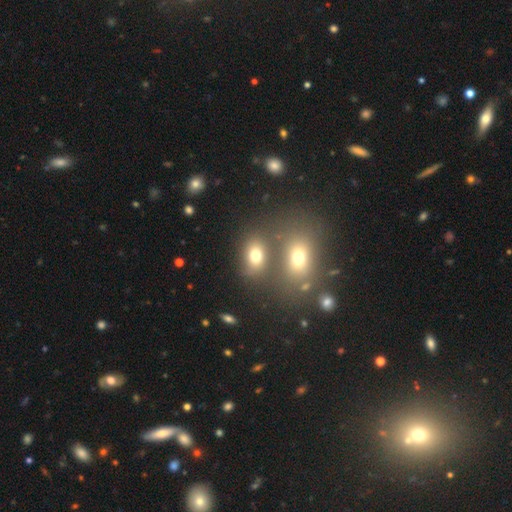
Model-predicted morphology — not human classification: Smooth or featured? Predicted: smooth (p=0.72). How rounded? Predicted: in between (p=0.66). Merging? Predicted: none (p=0.59).